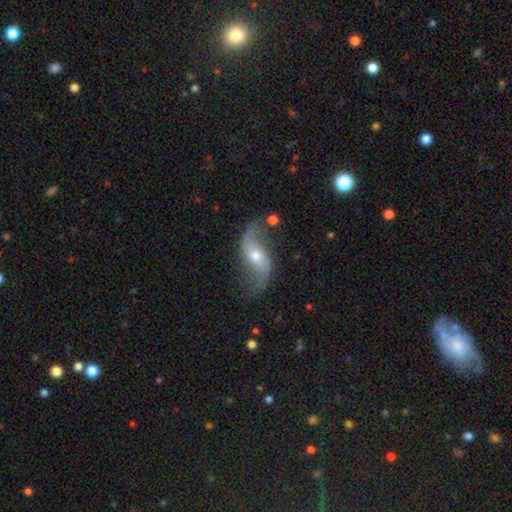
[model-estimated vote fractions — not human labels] This is clearly a featured or disk galaxy (82%). It is clearly not viewed edge-on (94%). Bar: possibly no (48%). Spiral arm pattern: clearly yes (93%). Spiral arm count: clearly 2 (92%). Spiral winding: clearly loose (85%). Central bulge: likely moderate (61%). Merging: likely none (66%).